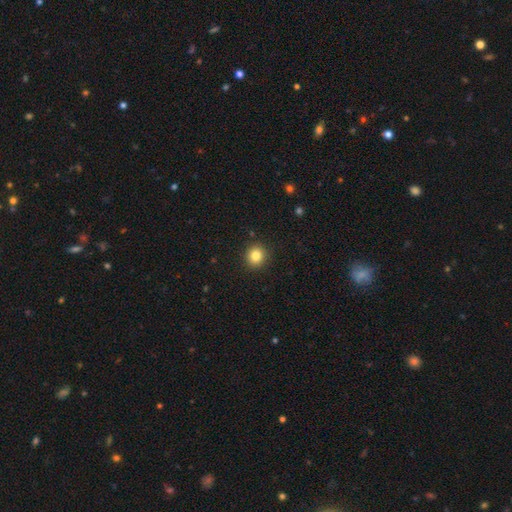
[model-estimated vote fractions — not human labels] The model was most divided on "smooth or featured": smooth: 83%, star or artifact: 11%, featured or disk: 6%. More confident: merging — none (91%); how rounded — round (88%).